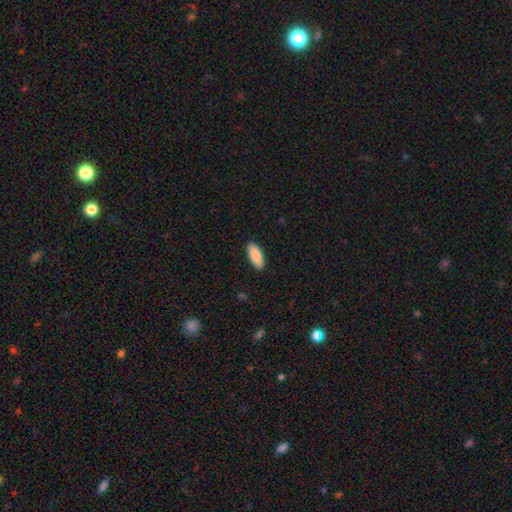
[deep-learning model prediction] smooth_or_featured: smooth (p=0.86) [alt: featured or disk p=0.08]
how_rounded: in between (p=0.75) [alt: cigar-shaped p=0.23]
merging: none (p=0.90) [alt: minor disturbance p=0.07]